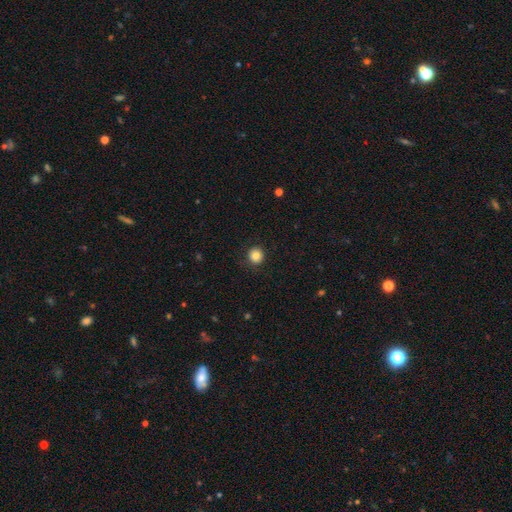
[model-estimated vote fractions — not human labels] A smooth galaxy with no disk features (85%) that is round (92%). Merging: none (90%).